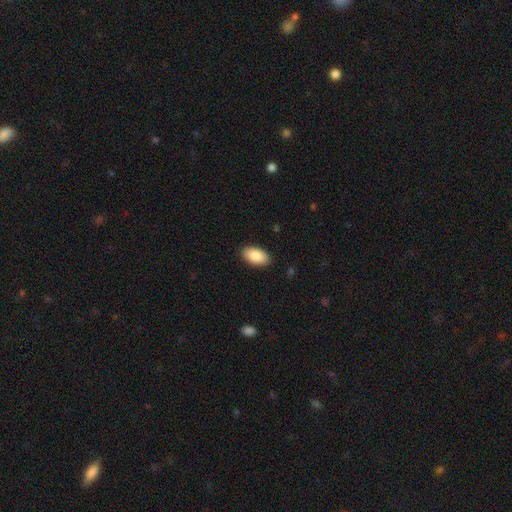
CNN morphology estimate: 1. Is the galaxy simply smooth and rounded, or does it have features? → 89% smooth, 6% star or artifact, 5% featured or disk.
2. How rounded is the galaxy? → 95% in between, 3% round, 2% cigar-shaped.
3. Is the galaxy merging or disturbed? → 89% none, 8% minor disturbance, 2% major disturbance, 1% merger.